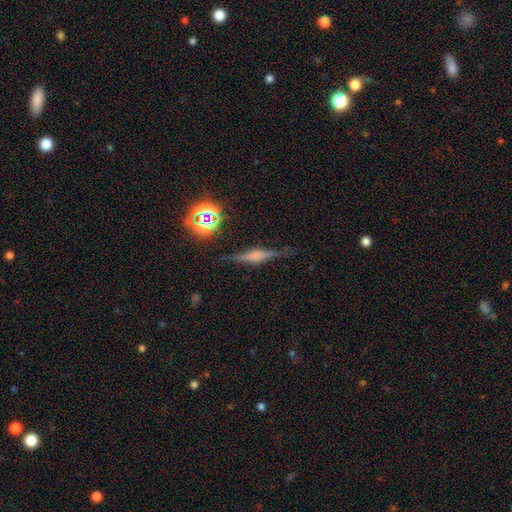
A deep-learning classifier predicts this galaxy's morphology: Smooth or featured? Predicted: featured or disk (p=0.73). Edge-on disk? Predicted: yes (p=0.96). Edge-on bulge? Predicted: rounded (p=0.67). Merging? Predicted: none (p=0.83).